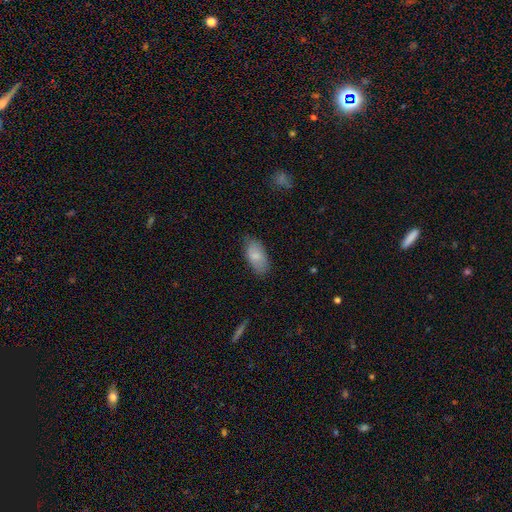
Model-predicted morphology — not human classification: Smooth or featured? Predicted: smooth (p=0.81). How rounded? Predicted: in between (p=0.93). Merging? Predicted: none (p=0.77).